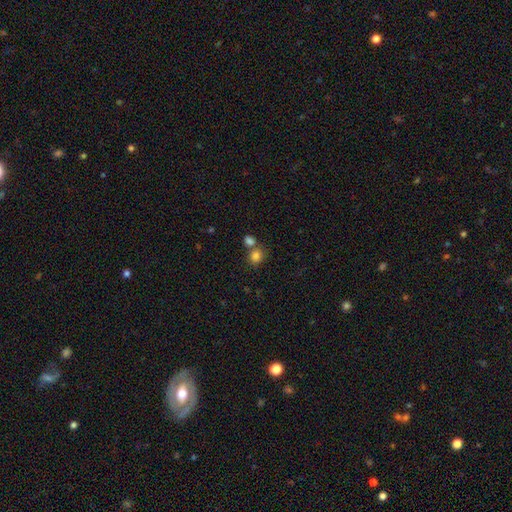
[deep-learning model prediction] Morphology: type=smooth (82%); roundness=round (71%); merging=none (56%).